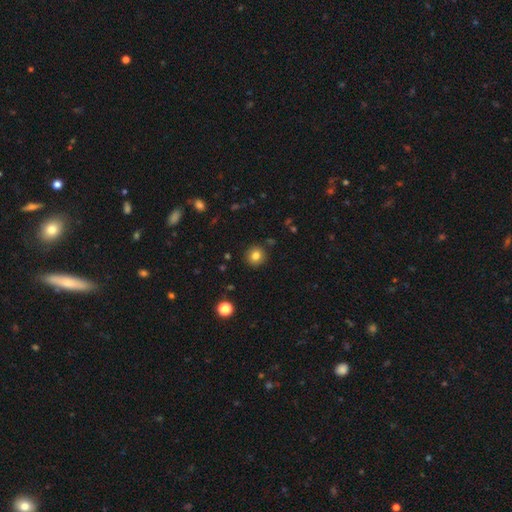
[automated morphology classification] smooth-or-featured: smooth: 81% | star or artifact: 12% | featured or disk: 7%
  how-rounded: round: 92% | in between: 7% | cigar-shaped: 1%
  merging: none: 89% | minor disturbance: 7% | major disturbance: 2% | merger: 2%